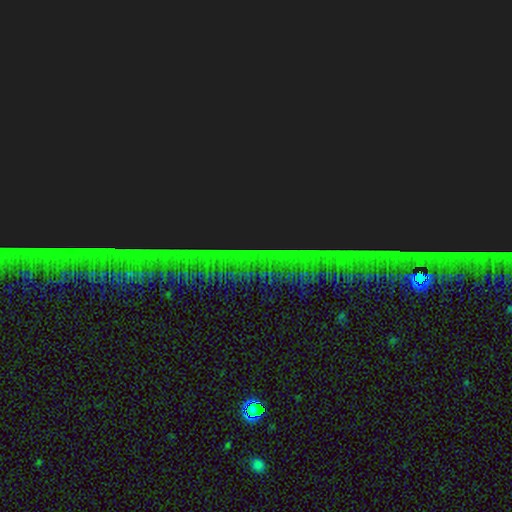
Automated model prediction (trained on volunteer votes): The model was most divided on "smooth or featured": star or artifact: 87%, featured or disk: 7%, smooth: 6%.